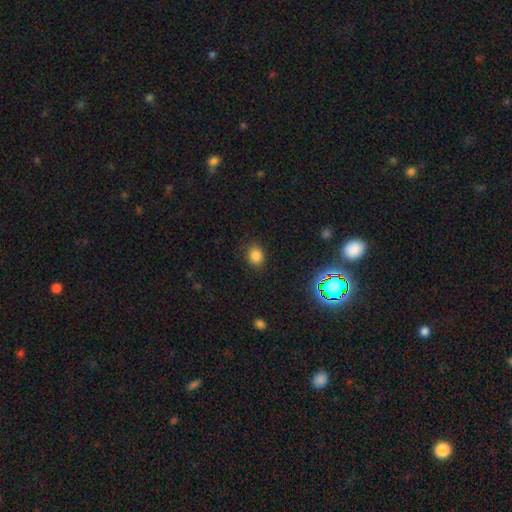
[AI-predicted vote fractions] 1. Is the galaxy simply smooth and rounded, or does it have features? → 82% smooth, 14% star or artifact, 4% featured or disk.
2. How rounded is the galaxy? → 66% round, 33% in between, 1% cigar-shaped.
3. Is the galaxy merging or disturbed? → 87% none, 9% minor disturbance, 3% major disturbance, 1% merger.